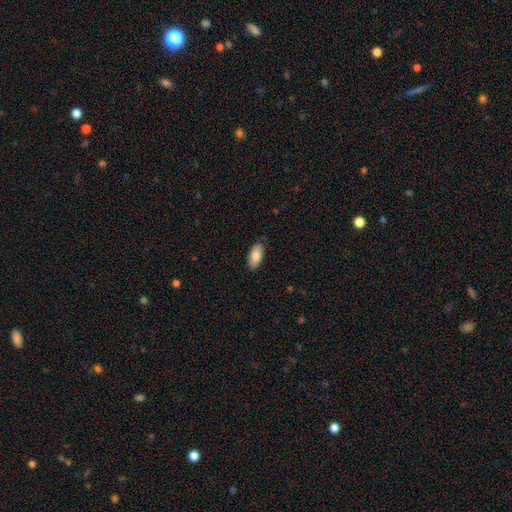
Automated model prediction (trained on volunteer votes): A smooth galaxy with no disk features (83%) that is in between round and cigar-shaped (90%).

Vote fractions:
- Smooth or featured? smooth: 83% / featured or disk: 11% / star or artifact: 6%
- How rounded? in between: 90% / cigar-shaped: 8% / round: 2%
- Merging? none: 84% / minor disturbance: 13% / major disturbance: 2% / merger: 1%